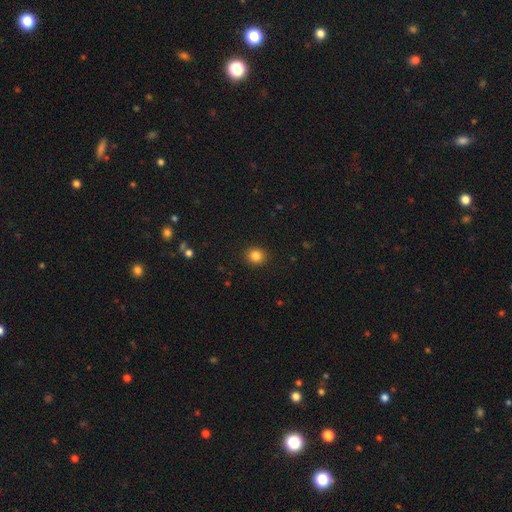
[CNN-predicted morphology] Smooth or featured?
  - smooth: 84% *
  - star or artifact: 11%
  - featured or disk: 5%
How rounded?
  - round: 84% *
  - in between: 15%
  - cigar-shaped: 1%
Merging?
  - none: 92% *
  - minor disturbance: 5%
  - major disturbance: 2%
  - merger: 1%